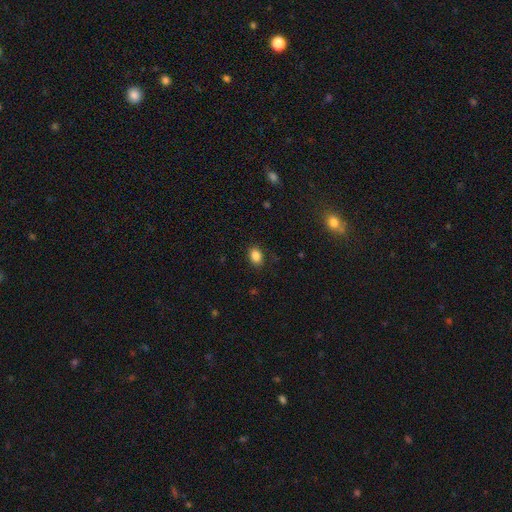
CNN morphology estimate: Smooth or featured?
  - smooth: 86% *
  - star or artifact: 10%
  - featured or disk: 4%
How rounded?
  - in between: 72% *
  - round: 27%
  - cigar-shaped: 1%
Merging?
  - none: 86% *
  - minor disturbance: 10%
  - major disturbance: 3%
  - merger: 1%